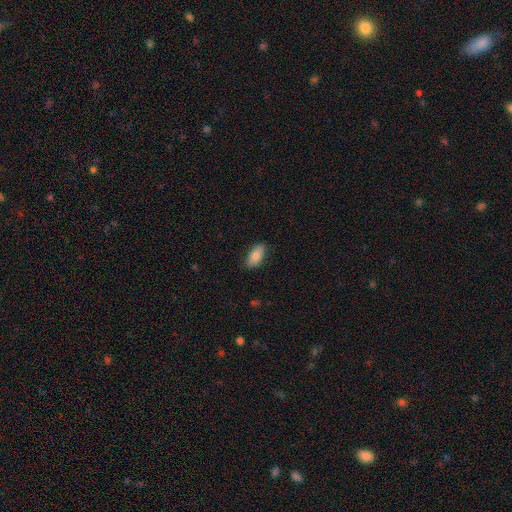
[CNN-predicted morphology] The model was most divided on "merging": none: 84%, minor disturbance: 13%, major disturbance: 2%, merger: 1%. More confident: how rounded — in between (92%); smooth or featured — smooth (83%).